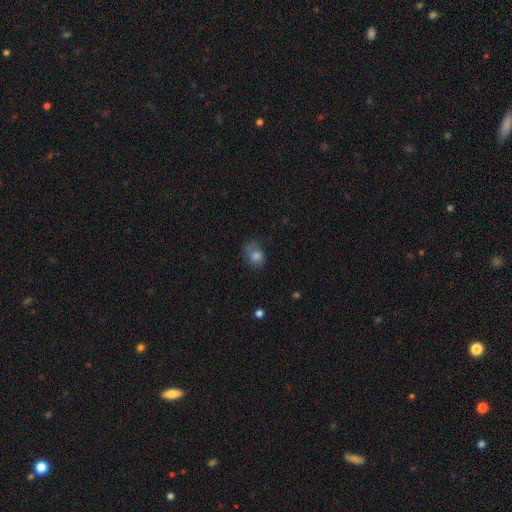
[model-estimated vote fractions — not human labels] Smooth or featured? Predicted: smooth (p=0.75). How rounded? Predicted: in between (p=0.59). Merging? Predicted: none (p=0.44).